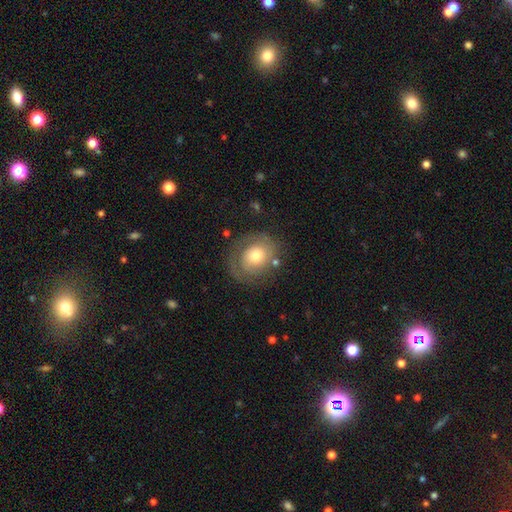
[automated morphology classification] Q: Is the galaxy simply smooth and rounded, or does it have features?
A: featured or disk — 50%.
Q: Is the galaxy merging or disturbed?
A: none — 71%.